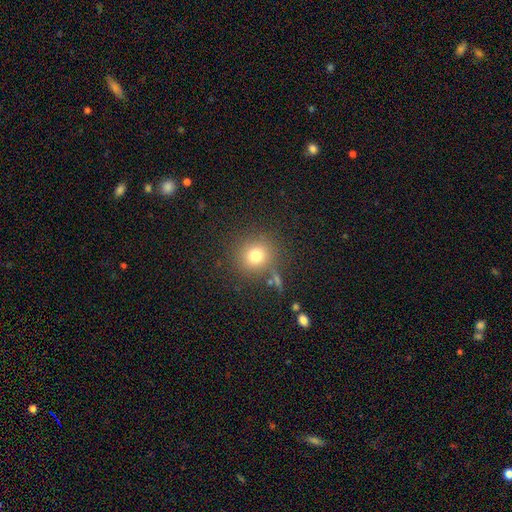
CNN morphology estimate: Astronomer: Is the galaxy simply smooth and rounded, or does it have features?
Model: smooth — 76%.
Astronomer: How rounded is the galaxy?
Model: round — 90%.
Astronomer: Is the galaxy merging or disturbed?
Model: none — 81%.